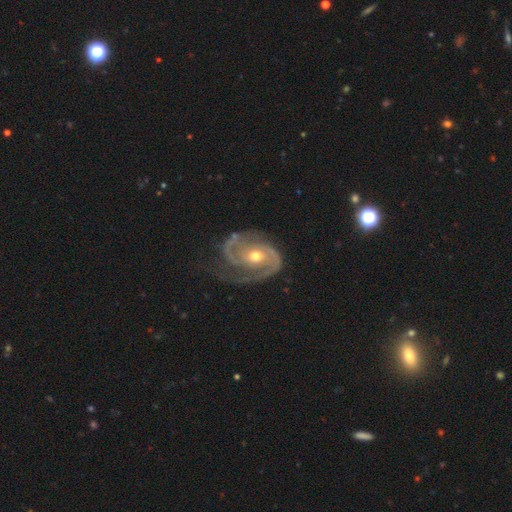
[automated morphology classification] smooth_or_featured: featured or disk (p=0.91) [alt: smooth p=0.04]
disk_edge_on: no (p=0.97) [alt: yes p=0.03]
bar: no (p=0.68) [alt: weak p=0.24]
has_spiral_arms: yes (p=0.97) [alt: no p=0.03]
spiral_winding: tight (p=0.46) [alt: medium p=0.43]
spiral_arm_count: 2 (p=0.75) [alt: 1 p=0.09]
bulge_size: moderate (p=0.68) [alt: small p=0.27]
merging: none (p=0.62) [alt: minor disturbance p=0.22]